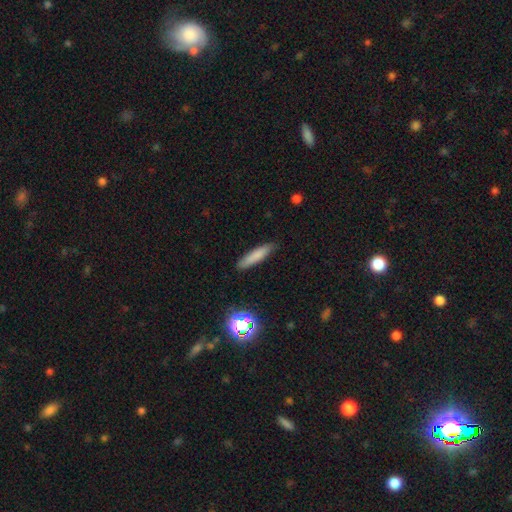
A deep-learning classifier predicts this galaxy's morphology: Overall: smooth (78%). How rounded: cigar-shaped (84%). Merging: none (84%).